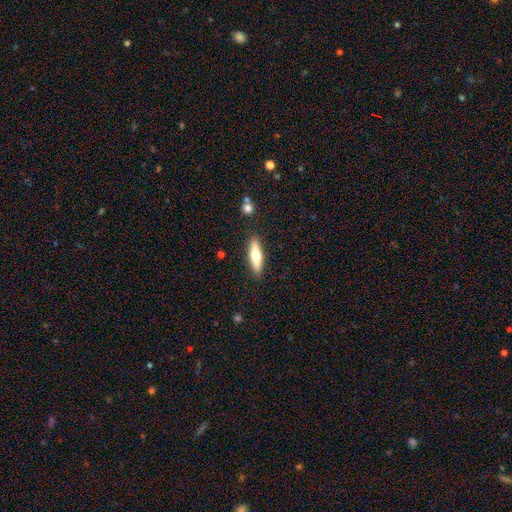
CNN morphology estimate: Smooth or featured? smooth (50%)
How rounded? cigar-shaped (72%)
Merging? none (89%)